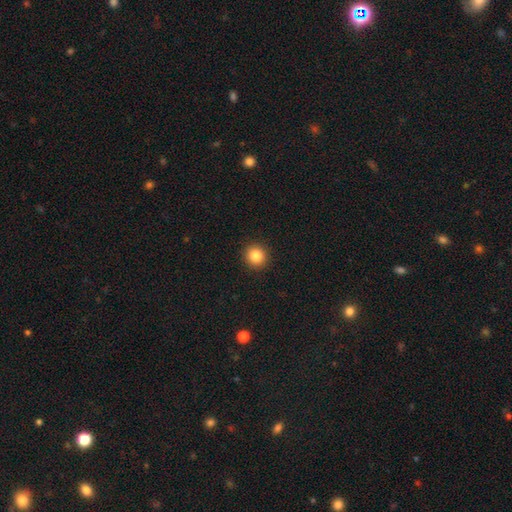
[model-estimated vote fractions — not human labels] Overall: smooth (84%). How rounded: round (93%). Merging: none (93%).